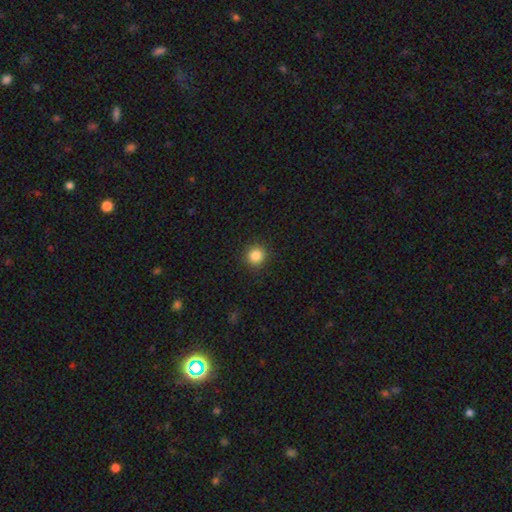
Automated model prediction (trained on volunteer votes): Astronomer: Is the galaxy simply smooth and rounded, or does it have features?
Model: smooth — 85%.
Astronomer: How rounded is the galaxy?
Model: round — 93%.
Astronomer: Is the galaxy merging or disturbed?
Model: none — 91%.